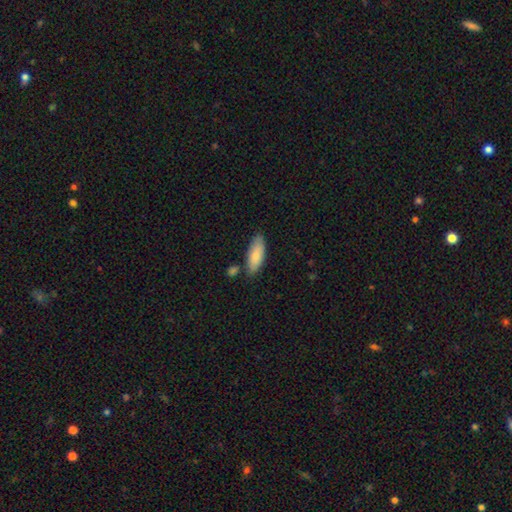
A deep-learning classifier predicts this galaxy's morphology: smooth-or-featured: smooth: 80% | featured or disk: 14% | star or artifact: 6%
  how-rounded: in between: 74% | cigar-shaped: 24% | round: 2%
  merging: none: 74% | minor disturbance: 16% | merger: 7% | major disturbance: 3%